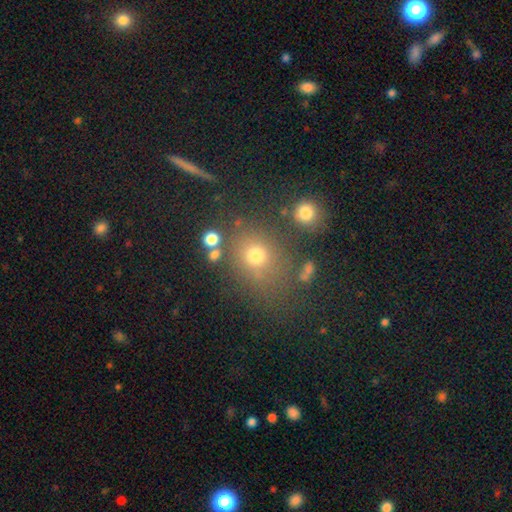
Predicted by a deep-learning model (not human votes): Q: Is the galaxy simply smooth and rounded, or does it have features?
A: smooth — 70%.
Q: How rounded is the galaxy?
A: round — 65%.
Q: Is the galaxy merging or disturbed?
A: none — 69%.